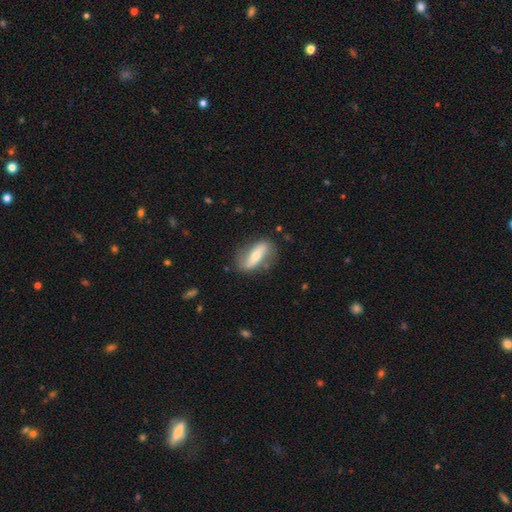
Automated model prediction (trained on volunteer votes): This appears to be a featured or disk galaxy (61%). Merging: none (77%).